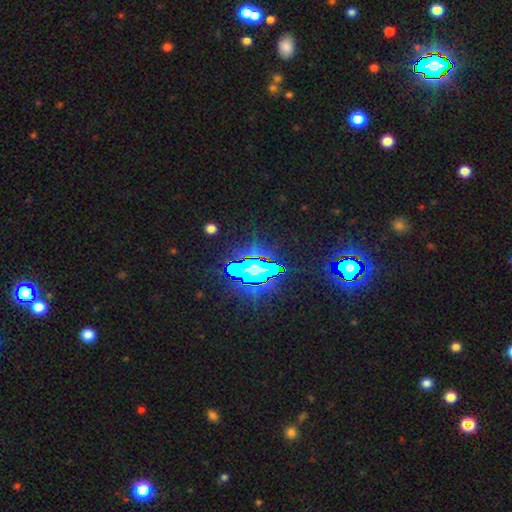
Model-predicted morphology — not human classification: star or artifact 82%, smooth 10%, featured or disk 8%.